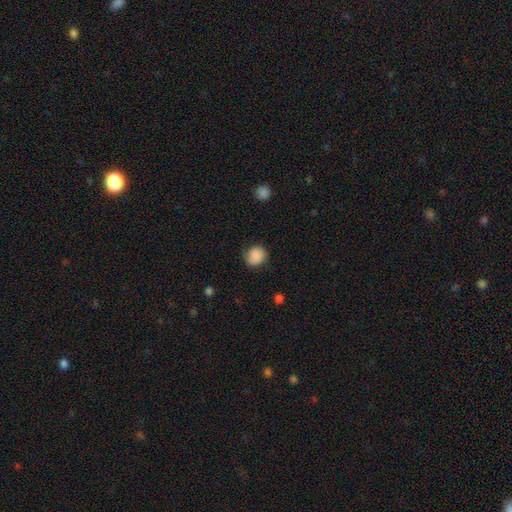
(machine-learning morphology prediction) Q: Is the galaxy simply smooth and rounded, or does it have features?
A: smooth — 85%.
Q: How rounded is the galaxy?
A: round — 74%.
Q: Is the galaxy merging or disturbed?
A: none — 69%.